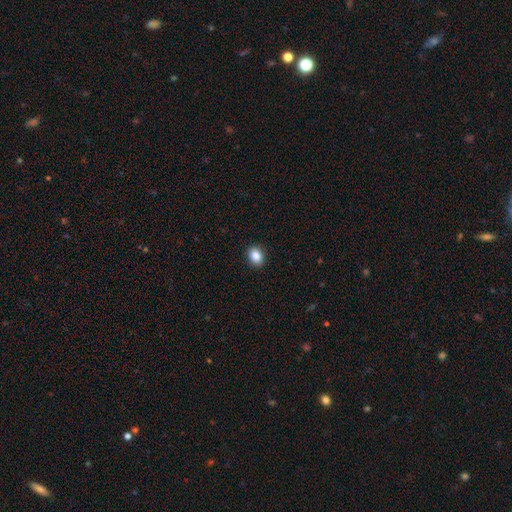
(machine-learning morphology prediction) This is clearly a smooth galaxy (86%). How rounded: possibly in between (57%). Merging: clearly none (91%).